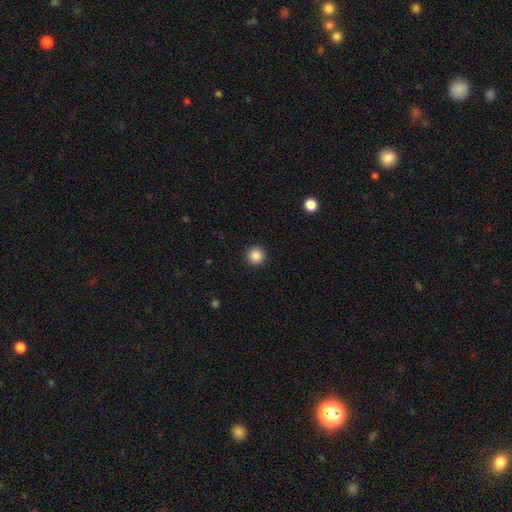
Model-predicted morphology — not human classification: Smooth or featured? smooth (87%)
How rounded? round (96%)
Merging? none (93%)